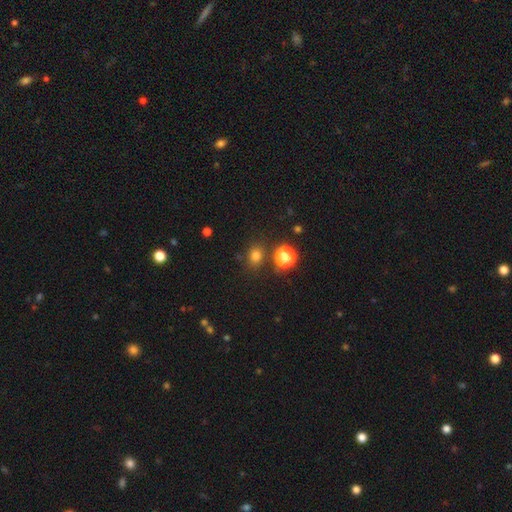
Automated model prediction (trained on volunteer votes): Overall: smooth (75%). How rounded: round (65%; in between 34%). Merging: none (79%).